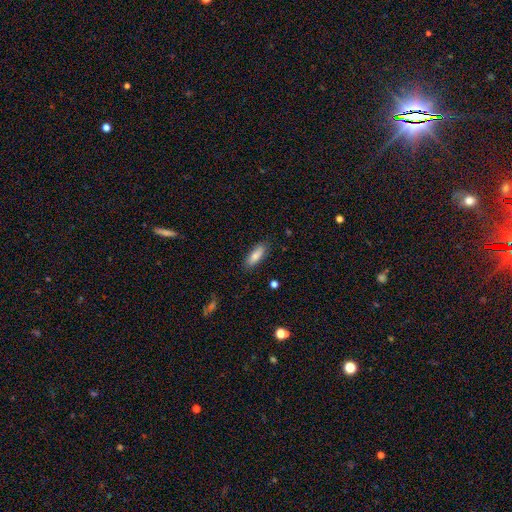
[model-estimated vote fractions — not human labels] The model was most divided on "how rounded": in between: 61%, cigar-shaped: 37%, round: 2%. More confident: merging — none (84%); smooth or featured — smooth (81%).